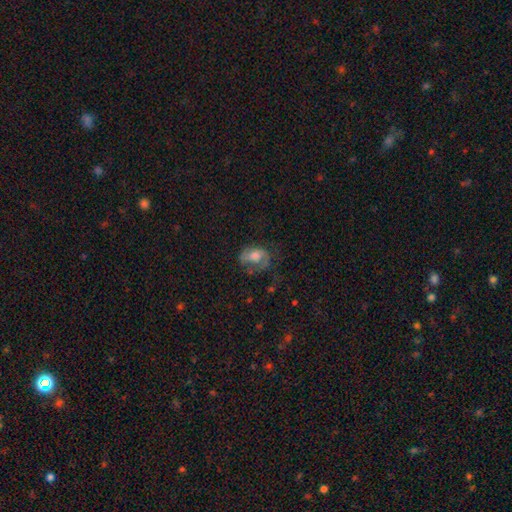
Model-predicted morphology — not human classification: Smooth or featured? featured or disk (47%)
Merging? none (41%)